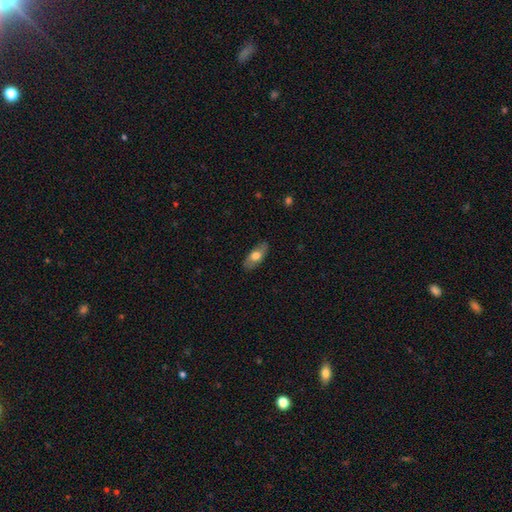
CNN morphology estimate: A smooth galaxy with no disk features (68%) that is in between round and cigar-shaped (84%). Merging: none (85%).